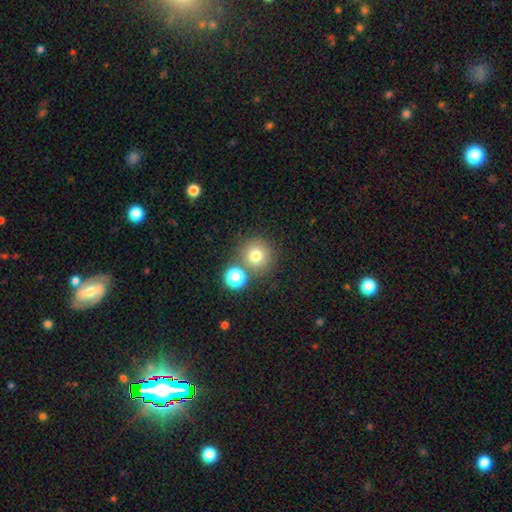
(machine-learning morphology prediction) A smooth galaxy with no disk features (75%) that is round (94%).

Vote fractions:
- Smooth or featured? smooth: 75% / star or artifact: 16% / featured or disk: 9%
- How rounded? round: 94% / in between: 5% / cigar-shaped: 1%
- Merging? none: 76% / merger: 14% / minor disturbance: 7% / major disturbance: 3%